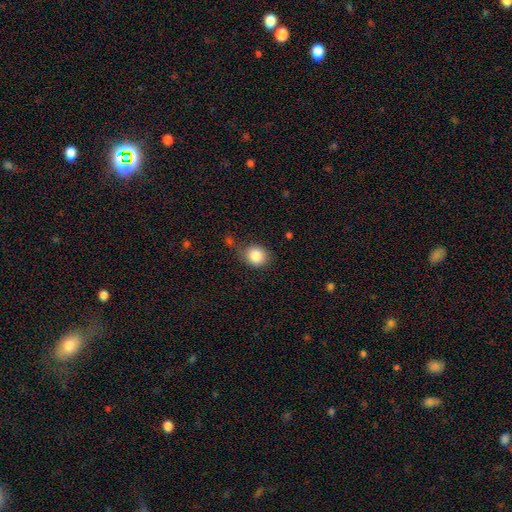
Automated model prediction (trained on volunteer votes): This is clearly a smooth galaxy (86%). How rounded: likely round (69%). Merging: likely none (70%).